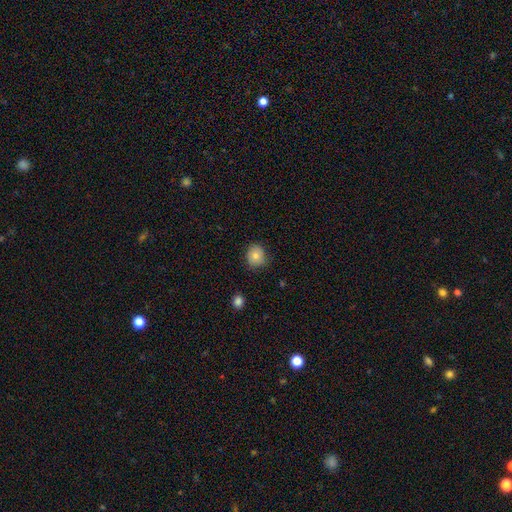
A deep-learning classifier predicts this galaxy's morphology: Q: Smooth or featured?
A: smooth (78%); runner-up: featured or disk (12%)
Q: How rounded?
A: round (75%); runner-up: in between (24%)
Q: Merging?
A: none (75%); runner-up: minor disturbance (20%)